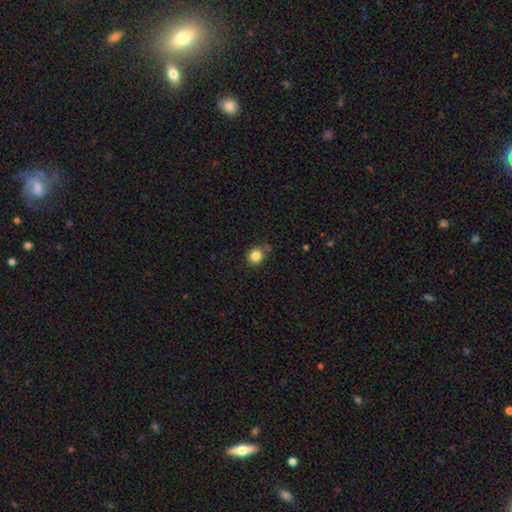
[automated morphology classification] Smooth or featured: smooth — 84% (star or artifact — 11%)
How rounded: round — 85% (in between — 15%)
Merging: none — 72% (minor disturbance — 18%)